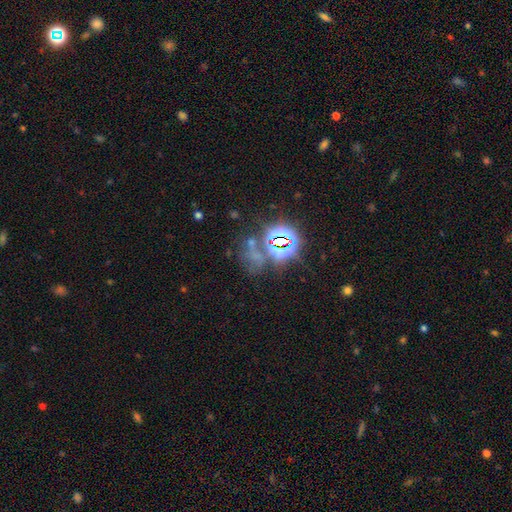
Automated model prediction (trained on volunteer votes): This appears to be a star or artifact, not a galaxy (57%).